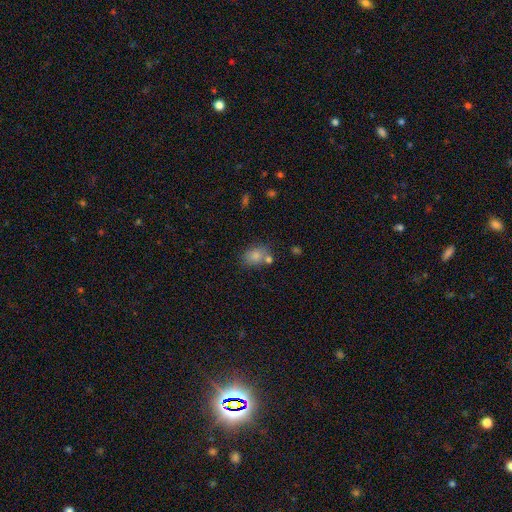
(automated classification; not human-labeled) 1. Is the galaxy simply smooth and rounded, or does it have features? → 80% smooth, 10% star or artifact, 10% featured or disk.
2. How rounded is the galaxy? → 67% in between, 32% round, 1% cigar-shaped.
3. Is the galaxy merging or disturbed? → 64% none, 16% merger, 15% minor disturbance, 5% major disturbance.